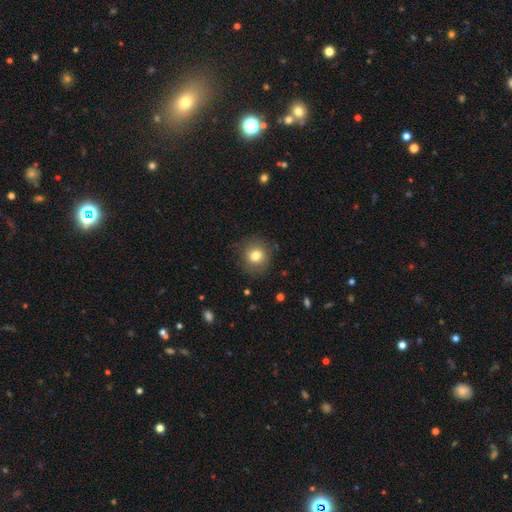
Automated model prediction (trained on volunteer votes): smooth-or-featured: smooth: 78% | star or artifact: 11% | featured or disk: 11%
  how-rounded: round: 89% | in between: 10% | cigar-shaped: 1%
  merging: none: 86% | minor disturbance: 10% | major disturbance: 3% | merger: 1%